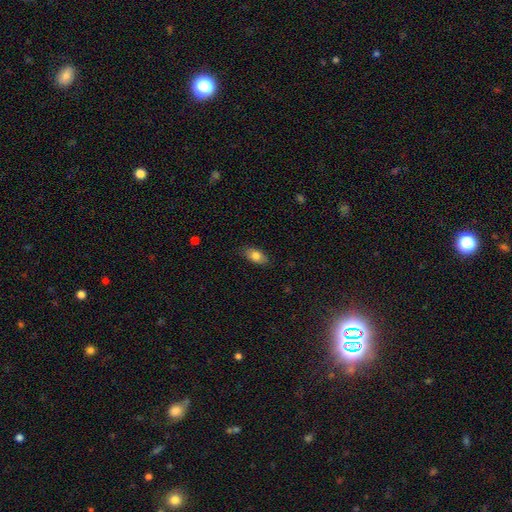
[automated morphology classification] Smooth or featured? Predicted: smooth (p=0.79). How rounded? Predicted: in between (p=0.91). Merging? Predicted: none (p=0.84).